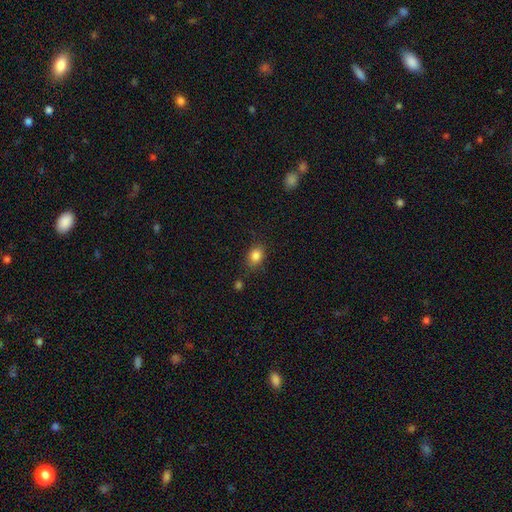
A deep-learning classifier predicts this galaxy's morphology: Smooth or featured?
  - smooth: 85% *
  - star or artifact: 10%
  - featured or disk: 5%
How rounded?
  - in between: 62% *
  - round: 37%
  - cigar-shaped: 1%
Merging?
  - none: 79% *
  - minor disturbance: 14%
  - major disturbance: 4%
  - merger: 3%